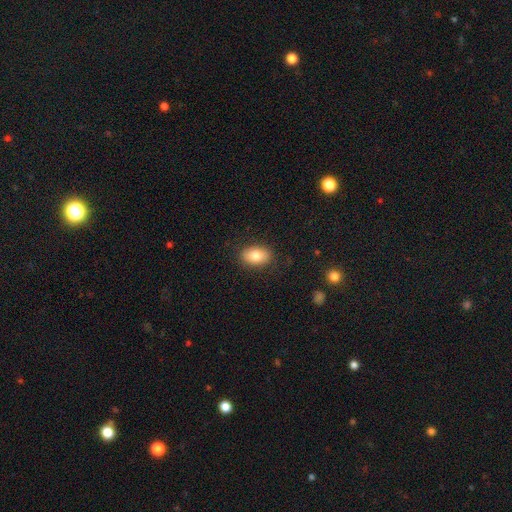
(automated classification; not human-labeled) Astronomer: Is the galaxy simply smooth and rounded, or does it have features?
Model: smooth — 80%.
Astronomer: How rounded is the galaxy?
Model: in between — 85%.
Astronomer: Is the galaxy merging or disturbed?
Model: none — 86%.